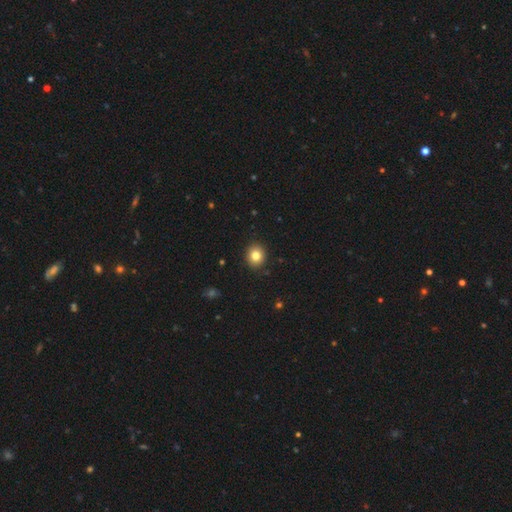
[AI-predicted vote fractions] This is clearly a smooth galaxy (82%). How rounded: likely round (77%). Merging: clearly none (91%).